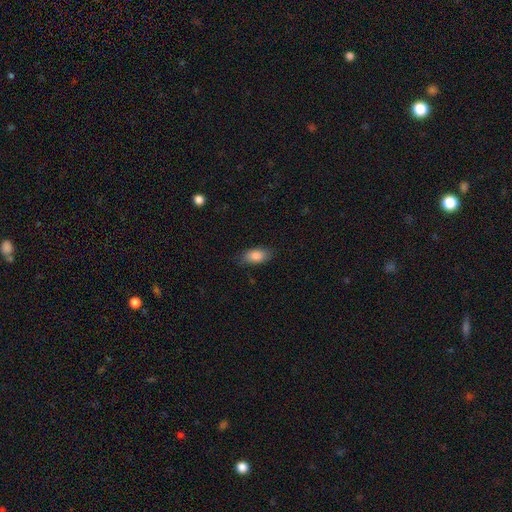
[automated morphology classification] This appears to be a smooth galaxy with no disk features (86%) that is in between round and cigar-shaped (91%). Merging: none (82%).